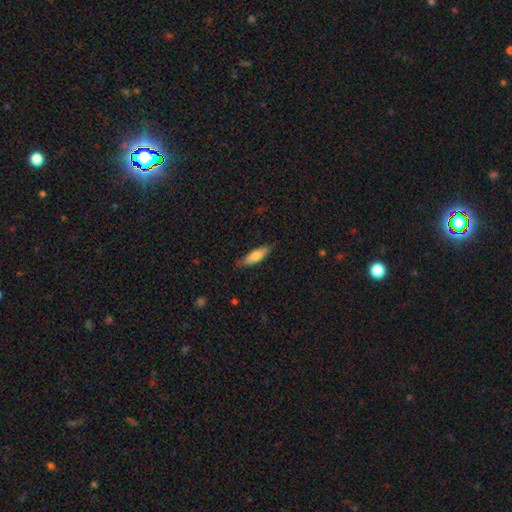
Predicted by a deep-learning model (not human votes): This is likely a smooth galaxy (67%). How rounded: possibly cigar-shaped (59%). Merging: likely none (80%).